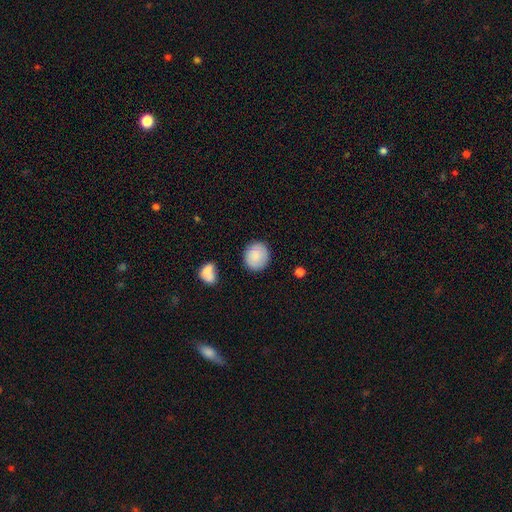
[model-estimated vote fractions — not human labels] Smooth or featured: smooth — 85% (featured or disk — 8%)
How rounded: round — 82% (in between — 17%)
Merging: none — 84% (minor disturbance — 11%)